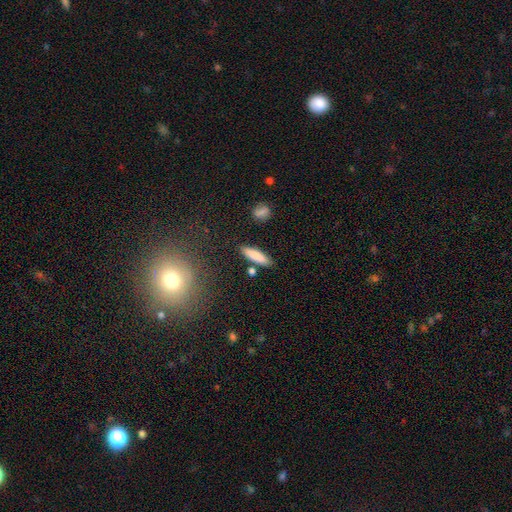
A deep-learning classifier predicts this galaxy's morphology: A smooth galaxy with no disk features (84%) that is cigar-shaped (70%). Merging: none (83%).